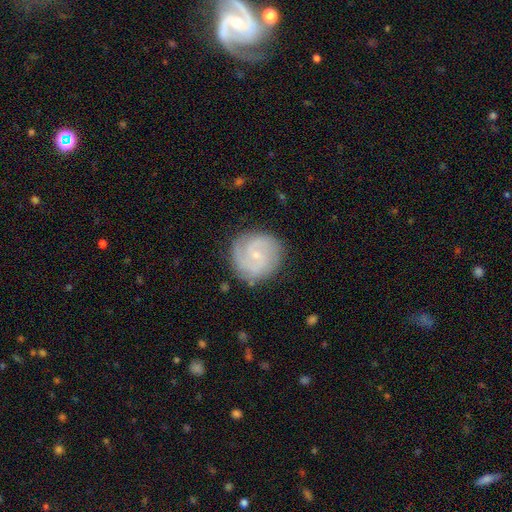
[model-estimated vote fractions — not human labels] A featured or disk galaxy (77%) with no bar (60%), 2 (51%) tight (46%) spiral arms (95%) and a small central bulge (80%).

Vote fractions:
- Smooth or featured? featured or disk: 77% / smooth: 17% / star or artifact: 6%
- Edge-on disk? no: 98% / yes: 2%
- Bar? no: 60% / weak: 35% / strong: 5%
- Spiral arms? yes: 95% / no: 5%
- Spiral winding? tight: 46% / medium: 41% / loose: 12%
- Spiral arm count? 2: 51% / 3: 18% / can't tell: 18% / 1: 5% / 4: 4% / more than 4: 4%
- Bulge size? small: 80% / moderate: 15% / none: 3% / large: 1% / dominant: 1%
- Merging? none: 81% / minor disturbance: 13% / major disturbance: 4% / merger: 1%